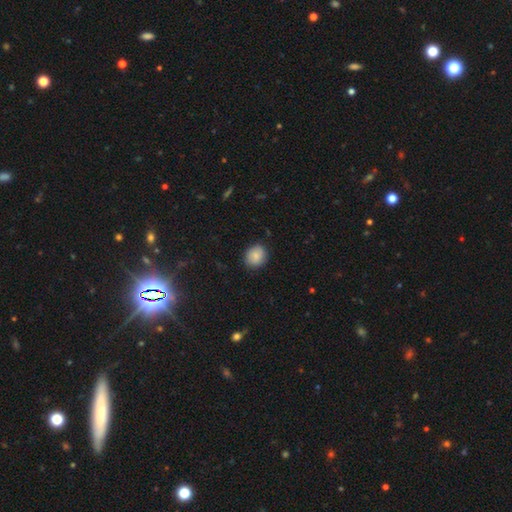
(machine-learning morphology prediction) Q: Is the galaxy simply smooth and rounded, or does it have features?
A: smooth — 86%.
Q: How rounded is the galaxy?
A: round — 71%.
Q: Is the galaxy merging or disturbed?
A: none — 86%.